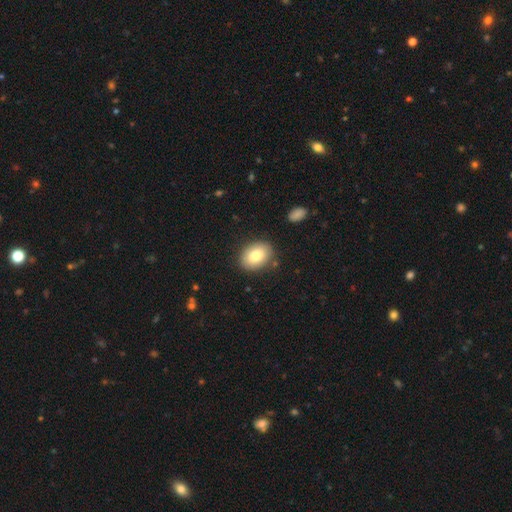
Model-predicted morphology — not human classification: Smooth or featured: smooth — 80% (featured or disk — 12%)
How rounded: in between — 72% (round — 27%)
Merging: none — 85% (minor disturbance — 10%)